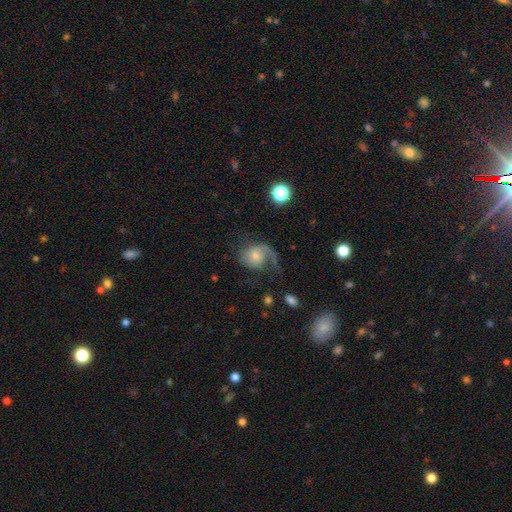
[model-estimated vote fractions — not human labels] Smooth or featured? Predicted: featured or disk (p=0.67). Edge-on disk? Predicted: no (p=0.98). Bar? Predicted: no (p=0.71). Spiral arms? Predicted: yes (p=0.92). Spiral winding? Predicted: loose (p=0.48). Spiral arm count? Predicted: 1 (p=0.67). Bulge size? Predicted: small (p=0.42). Merging? Predicted: none (p=0.40).